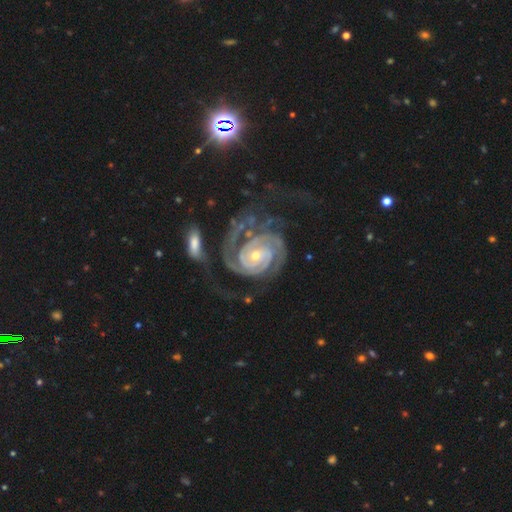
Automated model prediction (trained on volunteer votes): This appears to be a featured or disk galaxy (93%) with no bar (60%), 2 (53%) tight (77%) spiral arms (99%) and a small central bulge (62%). Merging: none (49%).